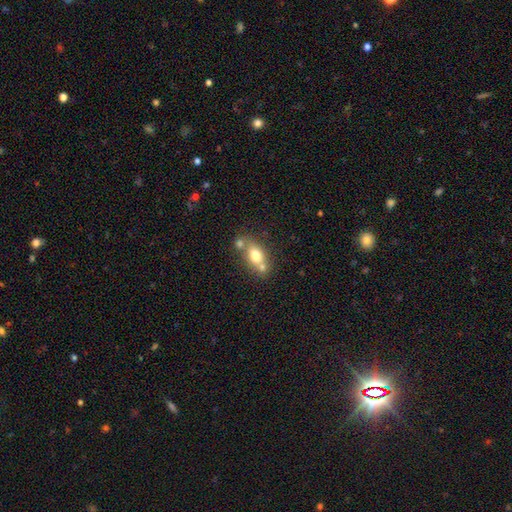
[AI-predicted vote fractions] Smooth or featured? Predicted: smooth (p=0.70). How rounded? Predicted: in between (p=0.71). Merging? Predicted: none (p=0.47).